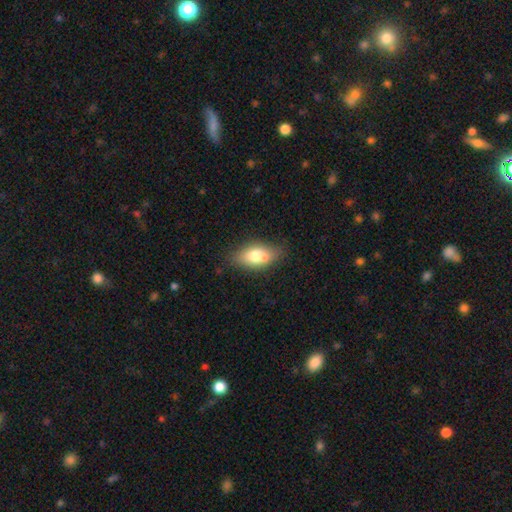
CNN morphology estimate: Smooth or featured? Predicted: smooth (p=0.71). How rounded? Predicted: in between (p=0.87). Merging? Predicted: none (p=0.63).